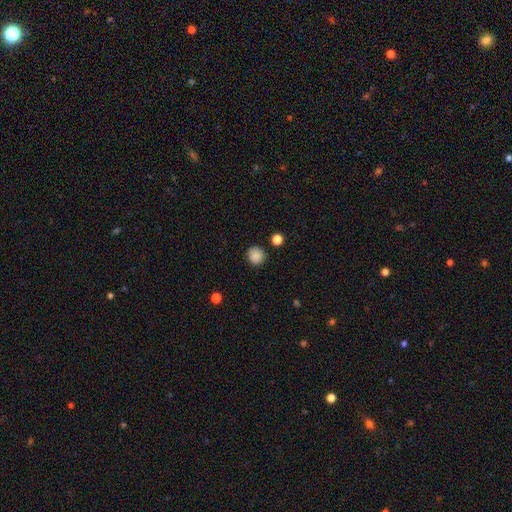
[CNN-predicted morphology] A smooth galaxy with no disk features (87%) that is round (92%). Merging: none (87%).